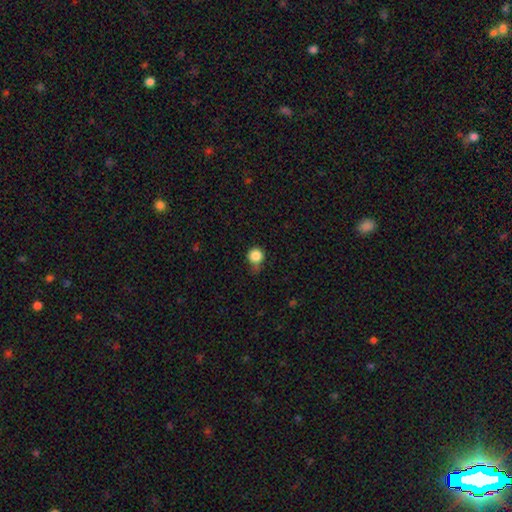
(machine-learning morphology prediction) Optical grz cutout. It shows a smooth galaxy with no disk features (85%) that is round (90%). Merging: none (52%).